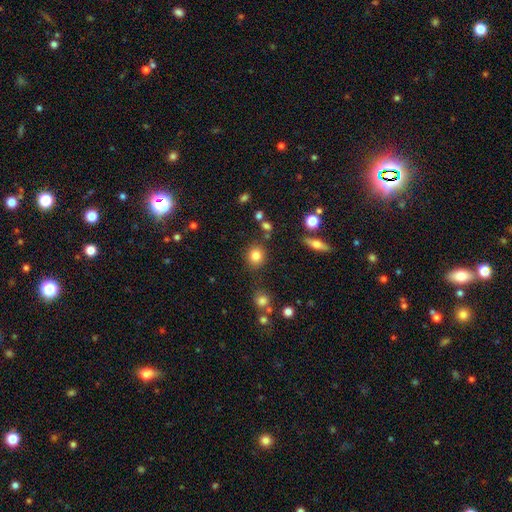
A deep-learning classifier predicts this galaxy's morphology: A smooth galaxy with no disk features (81%) that is round (81%). Merging: none (83%).